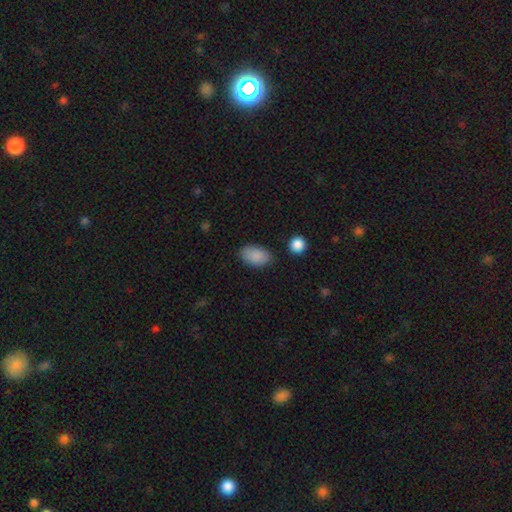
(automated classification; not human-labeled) This appears to be a smooth galaxy with no disk features (88%) that is in between round and cigar-shaped (92%). Merging: none (78%).